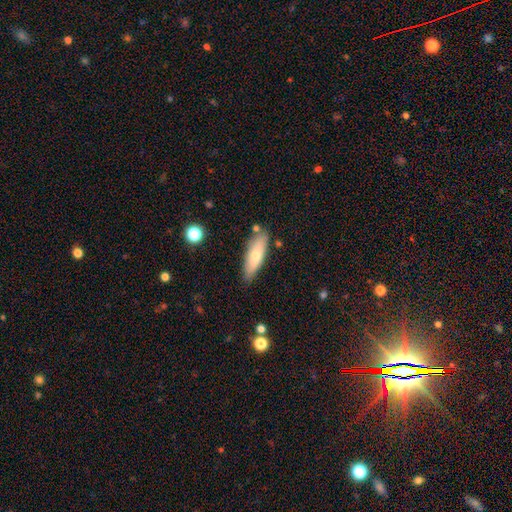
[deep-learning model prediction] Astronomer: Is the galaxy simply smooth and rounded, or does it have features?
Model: smooth — 68%.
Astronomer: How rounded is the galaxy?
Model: cigar-shaped — 51% (runner-up: in between, 47%).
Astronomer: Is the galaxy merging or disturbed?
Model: none — 80%.